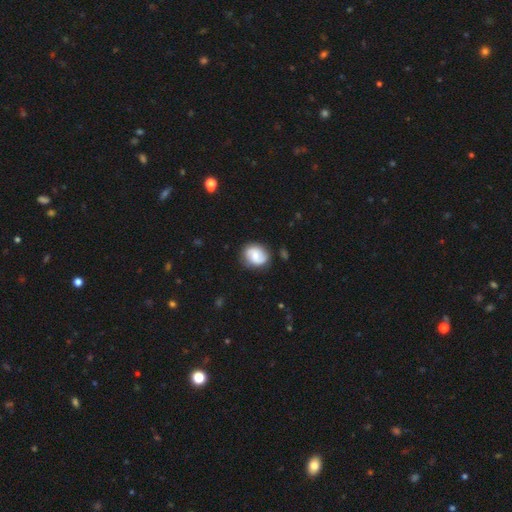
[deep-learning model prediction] Smooth or featured: featured or disk — 51% (smooth — 42%)
Edge-on disk: no — 97% (yes — 3%)
Merging: none — 77% (minor disturbance — 17%)